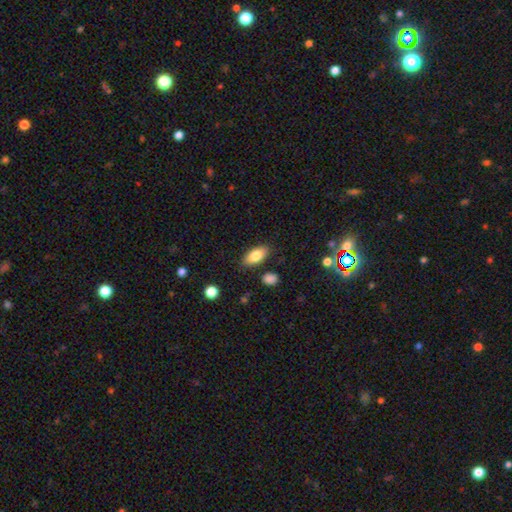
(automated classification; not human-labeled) Smooth or featured? smooth (80%)
How rounded? in between (88%)
Merging? none (84%)